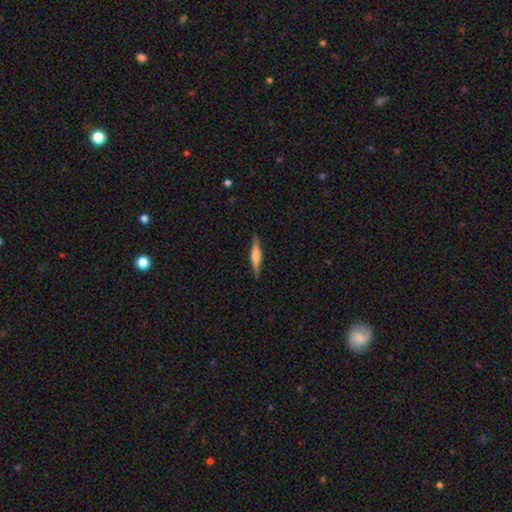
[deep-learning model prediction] Smooth or featured: featured or disk — 53% (smooth — 41%)
Edge-on disk: yes — 97% (no — 3%)
Edge-on bulge: rounded — 69% (boxy — 22%)
Merging: none — 89% (minor disturbance — 8%)